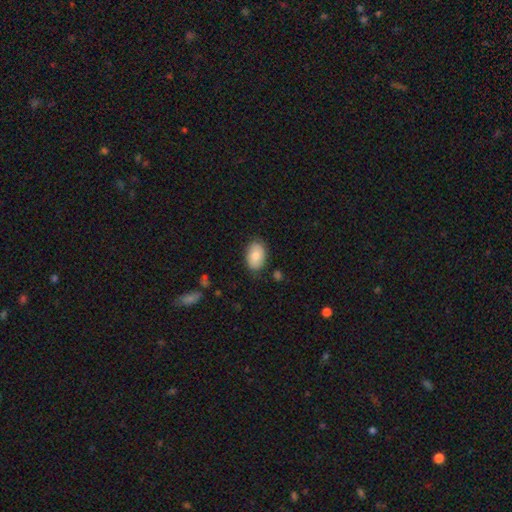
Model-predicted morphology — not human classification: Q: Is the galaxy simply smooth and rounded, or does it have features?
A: smooth — 80%.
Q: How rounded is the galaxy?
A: in between — 89%.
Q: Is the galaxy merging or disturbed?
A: none — 82%.